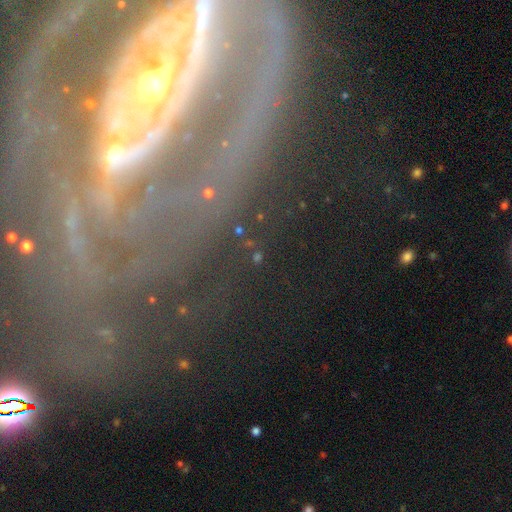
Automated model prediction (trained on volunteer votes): Overall: star or artifact (49%; featured or disk 30%).